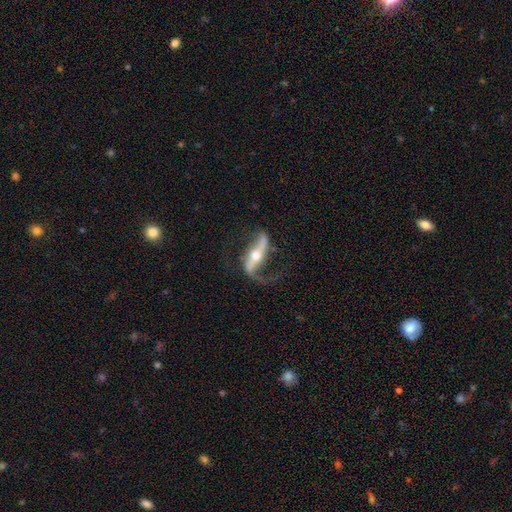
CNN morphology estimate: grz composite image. It shows a featured or disk galaxy (87%) with a strong bar (62%), 2 (83%) loose (80%) spiral arms (93%) and a moderate central bulge (63%). Merging: none (61%).